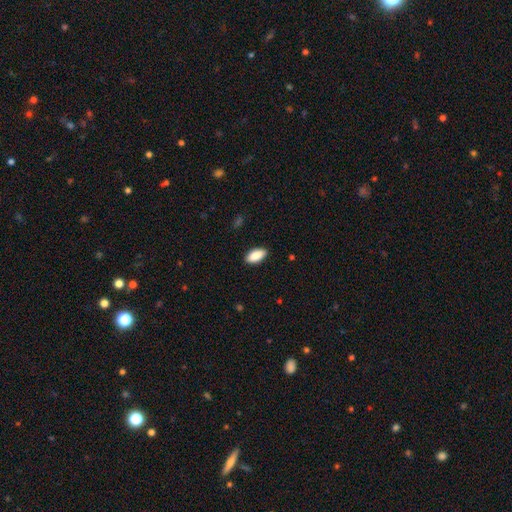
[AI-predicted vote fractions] This is clearly a smooth galaxy (89%). How rounded: clearly in between (91%). Merging: clearly none (88%).